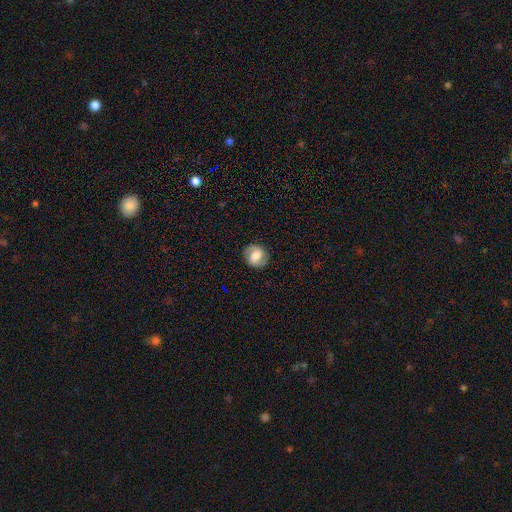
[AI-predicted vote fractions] A smooth galaxy with no disk features (46%).

Vote fractions:
- Smooth or featured? smooth: 46% / featured or disk: 45% / star or artifact: 9%
- Merging? none: 86% / minor disturbance: 10% / major disturbance: 3% / merger: 1%